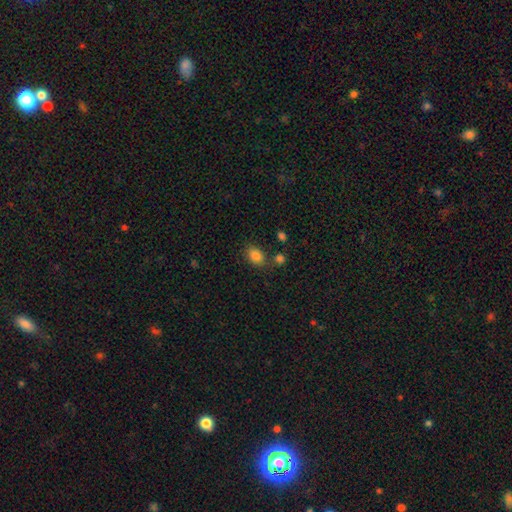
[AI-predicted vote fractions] smooth-or-featured: smooth: 85% | star or artifact: 10% | featured or disk: 5%
  how-rounded: in between: 76% | round: 23% | cigar-shaped: 1%
  merging: none: 73% | minor disturbance: 13% | merger: 10% | major disturbance: 4%